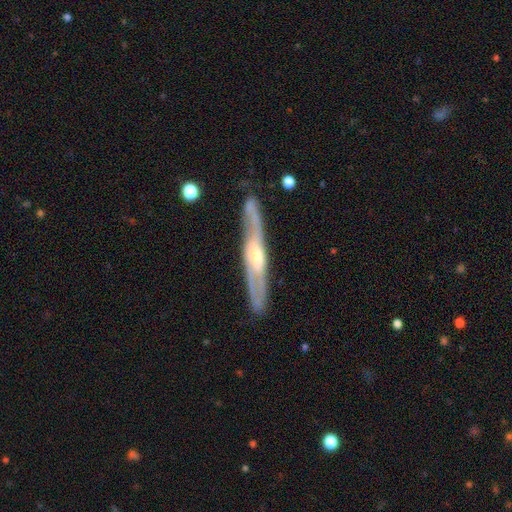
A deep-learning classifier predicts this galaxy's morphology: smooth-or-featured: featured or disk: 80% | smooth: 16% | star or artifact: 5%
  disk-edge-on: yes: 58% | no: 42%
  merging: none: 81% | minor disturbance: 13% | major disturbance: 4% | merger: 2%